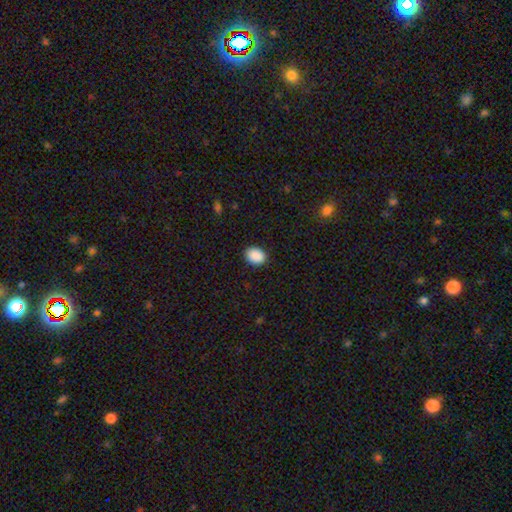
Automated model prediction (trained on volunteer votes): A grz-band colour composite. It shows a smooth galaxy with no disk features (90%) that is in between round and cigar-shaped (62%). Merging: none (90%).